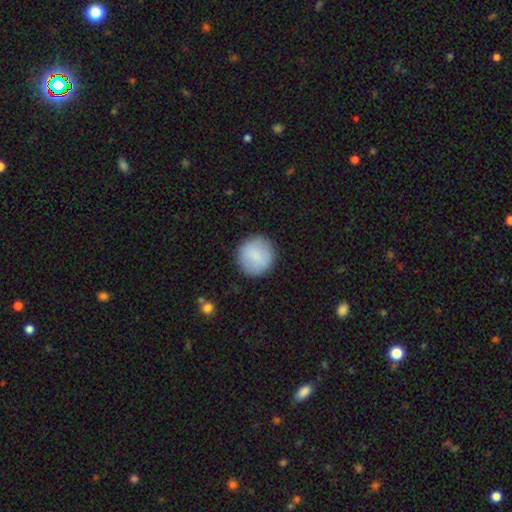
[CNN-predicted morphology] Smooth or featured? Predicted: smooth (p=0.85). How rounded? Predicted: round (p=0.94). Merging? Predicted: none (p=0.89).